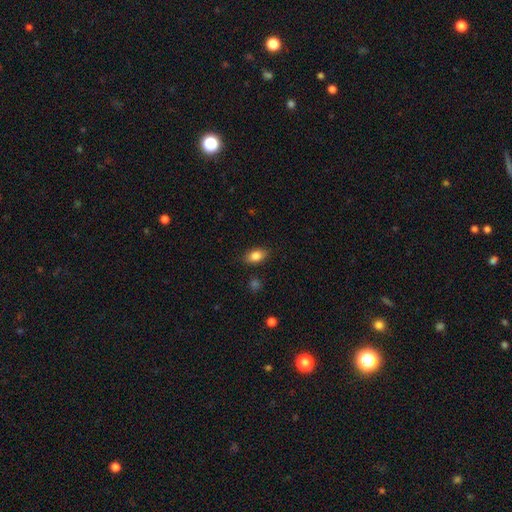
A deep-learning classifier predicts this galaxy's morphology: A smooth galaxy with no disk features (84%) that is in between round and cigar-shaped (87%).

Vote fractions:
- Smooth or featured? smooth: 84% / star or artifact: 8% / featured or disk: 8%
- How rounded? in between: 87% / round: 9% / cigar-shaped: 4%
- Merging? none: 86% / minor disturbance: 10% / major disturbance: 3% / merger: 2%